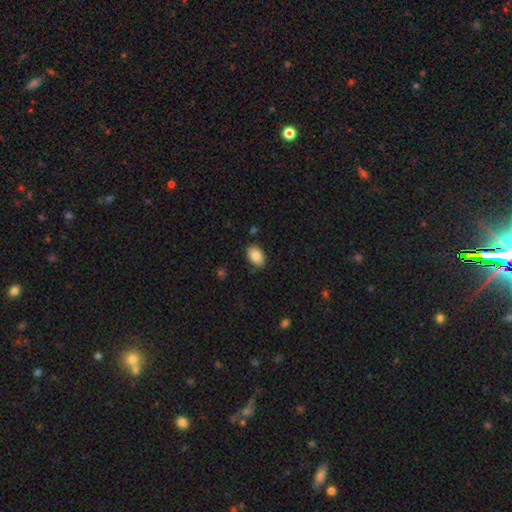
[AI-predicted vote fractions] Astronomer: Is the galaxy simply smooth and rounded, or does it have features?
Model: smooth — 87%.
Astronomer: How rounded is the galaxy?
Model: in between — 89%.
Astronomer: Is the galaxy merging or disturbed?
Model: none — 84%.